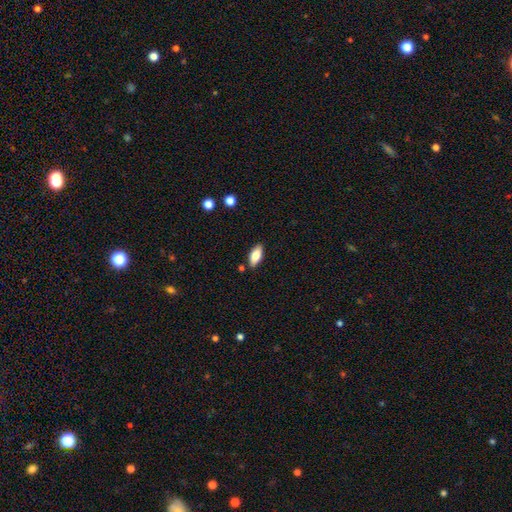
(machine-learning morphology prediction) Smooth or featured? Predicted: smooth (p=0.77). How rounded? Predicted: in between (p=0.86). Merging? Predicted: none (p=0.85).